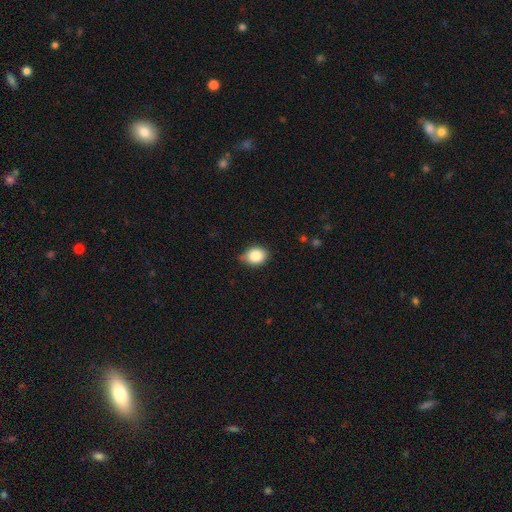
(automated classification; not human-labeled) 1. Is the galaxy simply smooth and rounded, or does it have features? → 85% smooth, 9% star or artifact, 7% featured or disk.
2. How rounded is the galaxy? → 53% in between, 46% round, 1% cigar-shaped.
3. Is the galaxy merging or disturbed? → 70% none, 25% minor disturbance, 3% major disturbance, 2% merger.